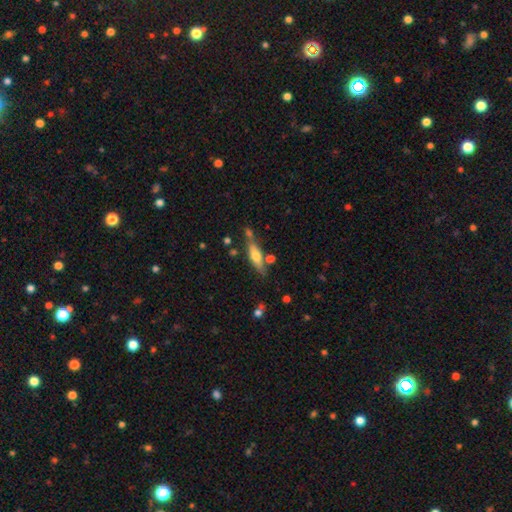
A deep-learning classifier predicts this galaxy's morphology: Overall: featured or disk (47%; smooth 46%). Merging: none (67%).